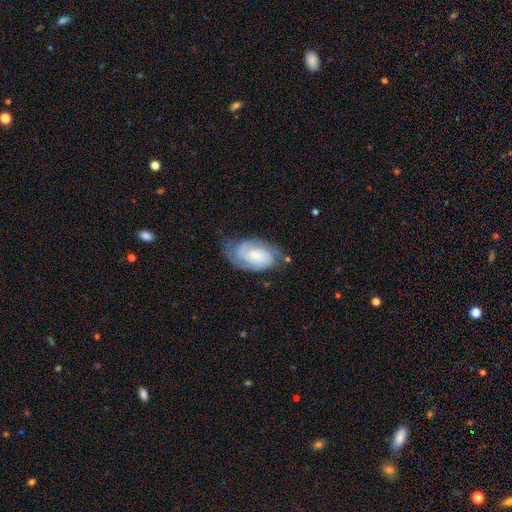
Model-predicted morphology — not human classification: Overall: featured or disk (73%). Edge-on disk: no (96%). Bar: no (60%; weak 33%). Spiral arms: yes (94%). Spiral arm count: 2 (55%; can't tell 23%). Spiral winding: tight (57%; medium 34%). Bulge size: small (58%; moderate 26%). Merging: none (66%).